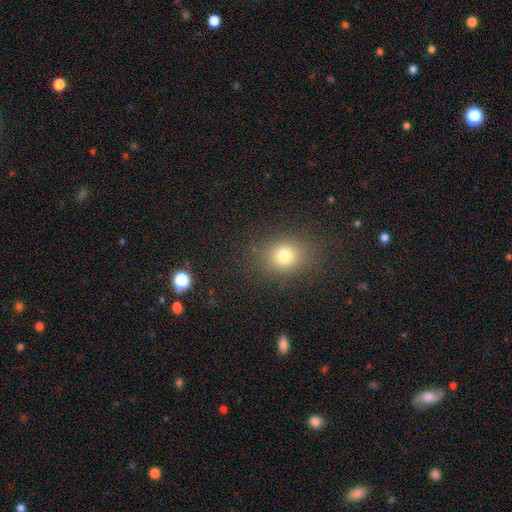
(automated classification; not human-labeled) This is likely a smooth galaxy (70%). How rounded: possibly round (53%). Merging: clearly none (89%).